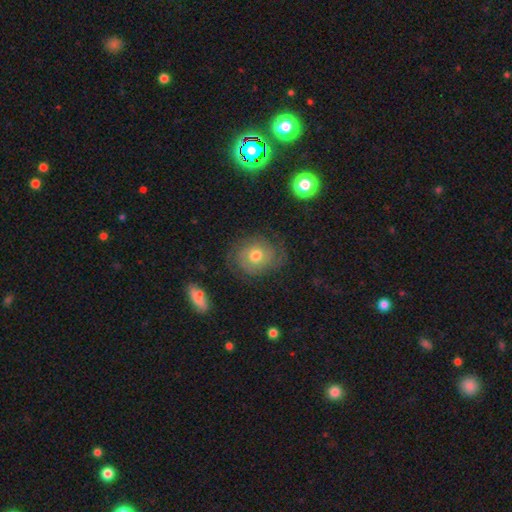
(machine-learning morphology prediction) smooth_or_featured: featured or disk (p=0.64) [alt: smooth p=0.27]
disk_edge_on: no (p=0.97) [alt: yes p=0.03]
bar: no (p=0.77) [alt: weak p=0.19]
has_spiral_arms: yes (p=0.86) [alt: no p=0.14]
spiral_winding: tight (p=0.56) [alt: medium p=0.31]
spiral_arm_count: 2 (p=0.48) [alt: can't tell p=0.27]
bulge_size: moderate (p=0.74) [alt: small p=0.16]
merging: none (p=0.71) [alt: minor disturbance p=0.17]